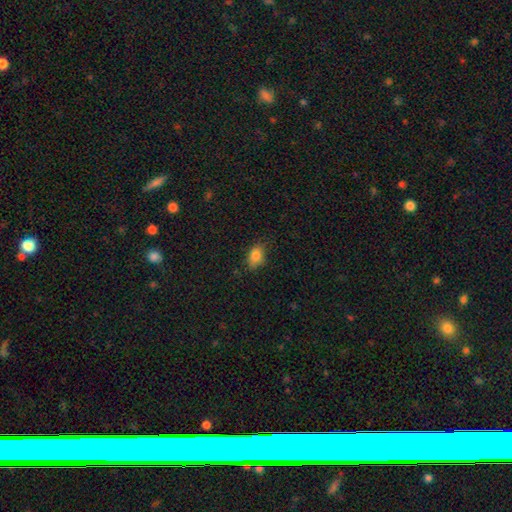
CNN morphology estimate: smooth-or-featured: smooth: 84% | star or artifact: 9% | featured or disk: 7%
  how-rounded: in between: 81% | round: 17% | cigar-shaped: 2%
  merging: none: 79% | minor disturbance: 17% | major disturbance: 3% | merger: 1%